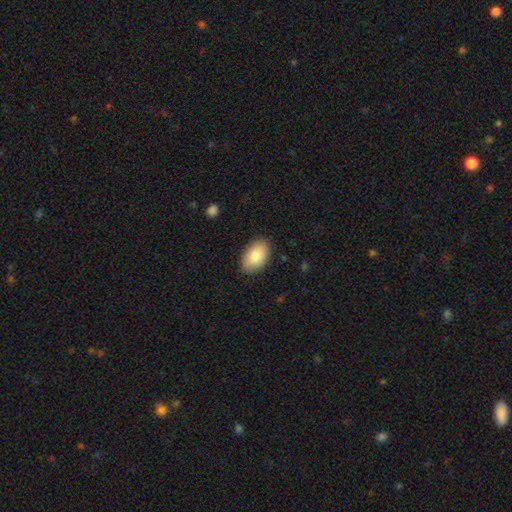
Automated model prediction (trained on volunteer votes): smooth 85%, featured or disk 9%, star or artifact 6%. Down the decision tree: how rounded — in between (93%); merging — none (87%).